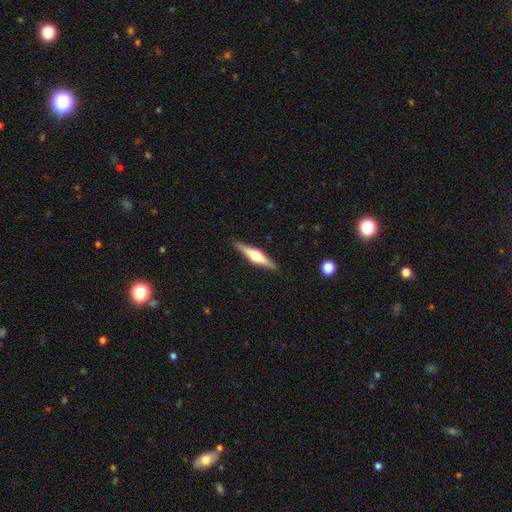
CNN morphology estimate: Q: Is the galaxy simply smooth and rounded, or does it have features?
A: featured or disk — 72%.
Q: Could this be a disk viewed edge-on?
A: yes — 98%.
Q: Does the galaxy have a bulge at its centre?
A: rounded — 88%.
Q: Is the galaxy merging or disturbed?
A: none — 90%.